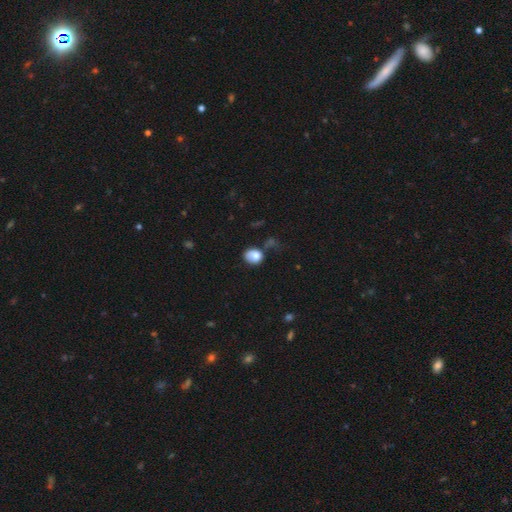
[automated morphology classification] smooth 78%, featured or disk 13%, star or artifact 9%. Down the decision tree: how rounded — round (55%); merging — none (43%).